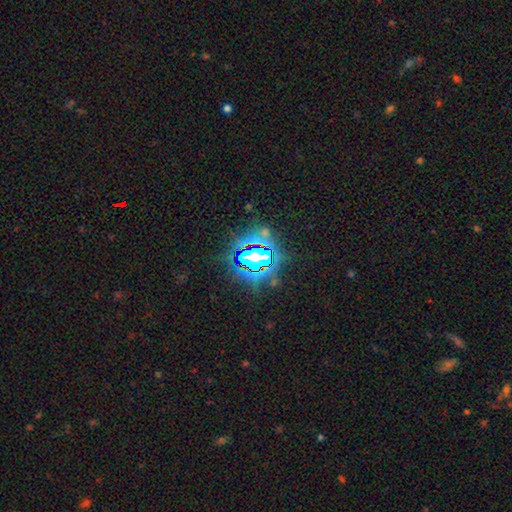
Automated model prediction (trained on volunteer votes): Overall: star or artifact (76%).